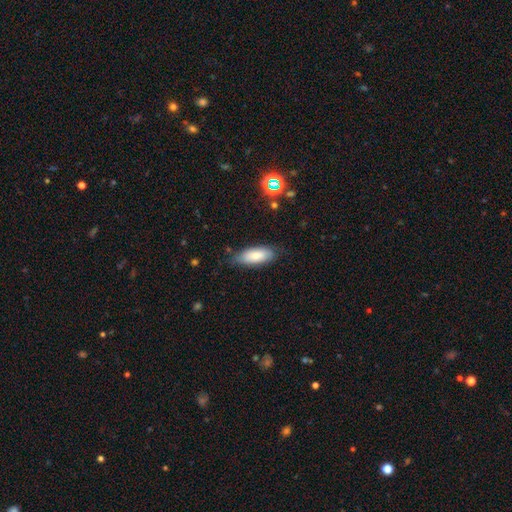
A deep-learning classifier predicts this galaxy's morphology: type=smooth (75%); roundness=in between (78%); merging=none (72%).